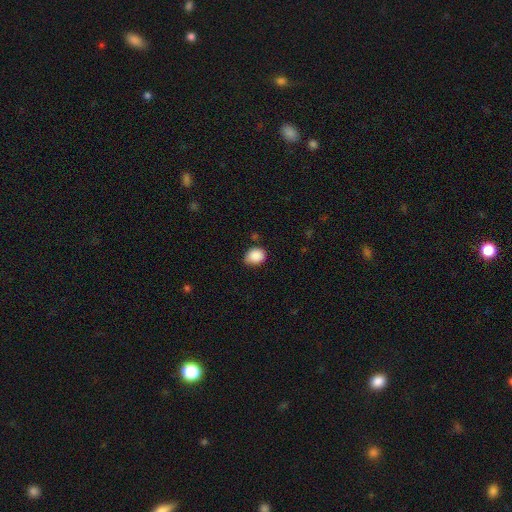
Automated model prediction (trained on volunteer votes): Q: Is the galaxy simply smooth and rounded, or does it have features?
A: smooth — 89%.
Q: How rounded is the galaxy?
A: in between — 50%.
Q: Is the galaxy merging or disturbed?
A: none — 68%.